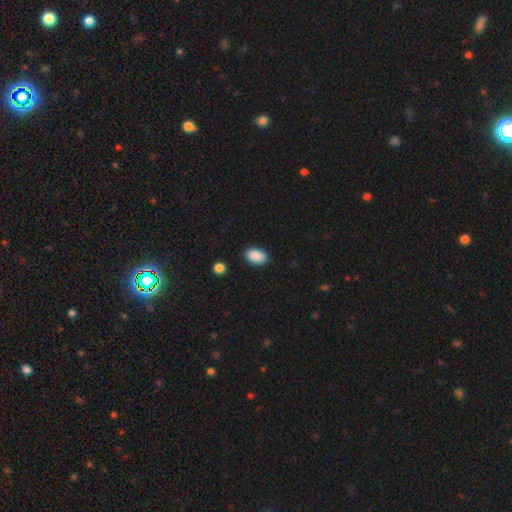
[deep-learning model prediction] Smooth or featured? Predicted: smooth (p=0.90). How rounded? Predicted: in between (p=0.90). Merging? Predicted: none (p=0.88).